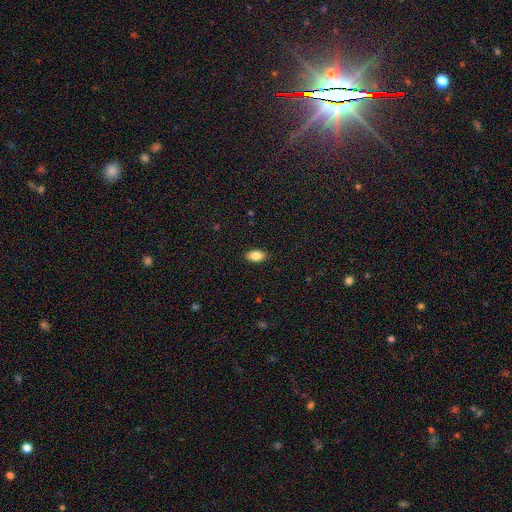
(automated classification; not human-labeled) This appears to be a smooth galaxy with no disk features (84%) that is in between round and cigar-shaped (92%). Merging: none (89%).